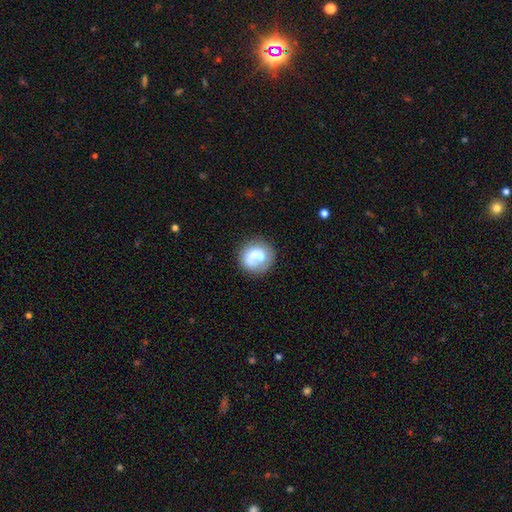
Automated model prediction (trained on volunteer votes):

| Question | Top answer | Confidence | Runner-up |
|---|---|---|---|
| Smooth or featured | smooth | 55% | featured or disk (37%) |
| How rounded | round | 84% | in between (15%) |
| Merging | none | 56% | minor disturbance (17%) |